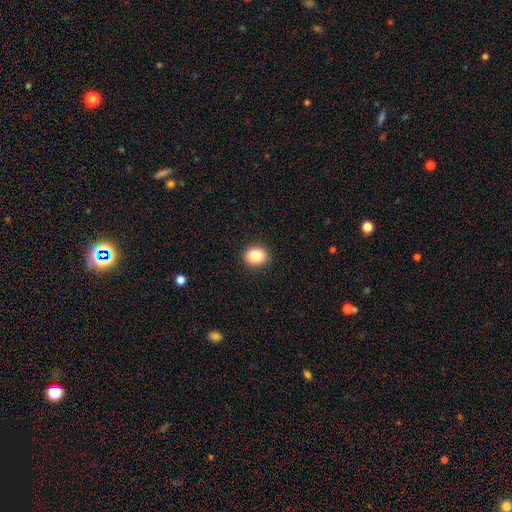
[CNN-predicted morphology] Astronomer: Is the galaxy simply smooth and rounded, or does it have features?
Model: smooth — 88%.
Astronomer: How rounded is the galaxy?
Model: round — 52% (runner-up: in between, 47%).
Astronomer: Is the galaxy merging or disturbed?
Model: none — 89%.